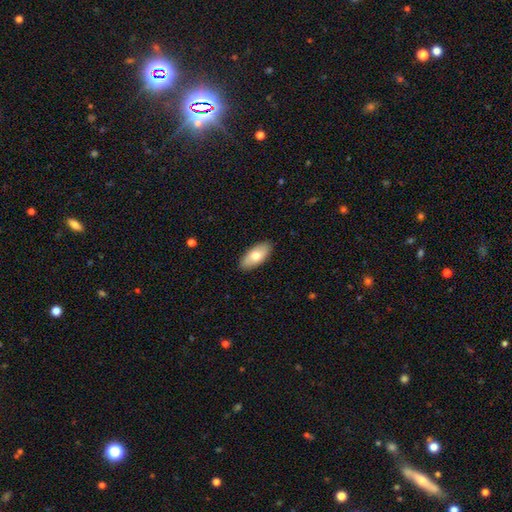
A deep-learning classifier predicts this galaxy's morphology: This is likely a smooth galaxy (72%). How rounded: clearly in between (90%). Merging: clearly none (89%).